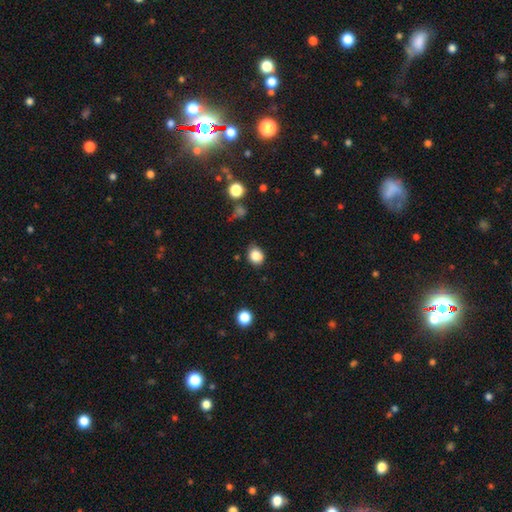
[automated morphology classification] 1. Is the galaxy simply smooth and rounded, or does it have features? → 85% smooth, 10% star or artifact, 5% featured or disk.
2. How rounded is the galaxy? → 59% round, 40% in between, 1% cigar-shaped.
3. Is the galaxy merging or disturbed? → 77% none, 17% minor disturbance, 4% major disturbance, 2% merger.